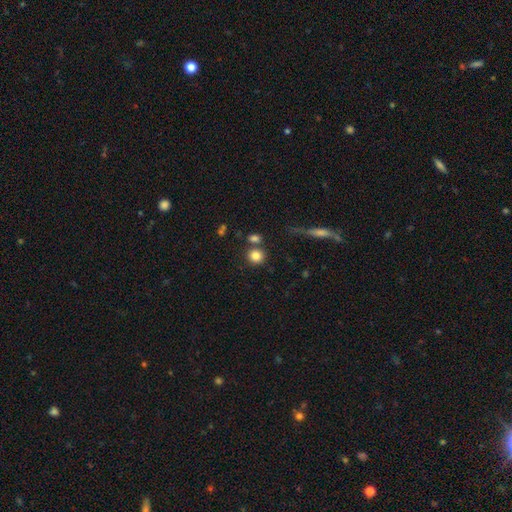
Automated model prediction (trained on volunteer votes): This appears to be a smooth galaxy with no disk features (82%) that is round (87%). Merging: none (70%).